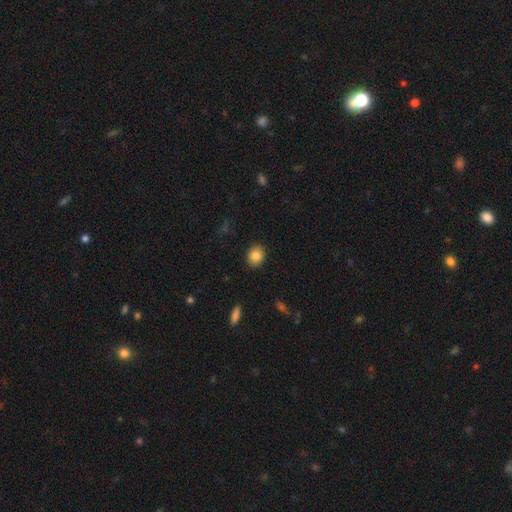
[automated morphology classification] Overall: smooth (85%). How rounded: round (58%; in between 41%). Merging: none (90%).